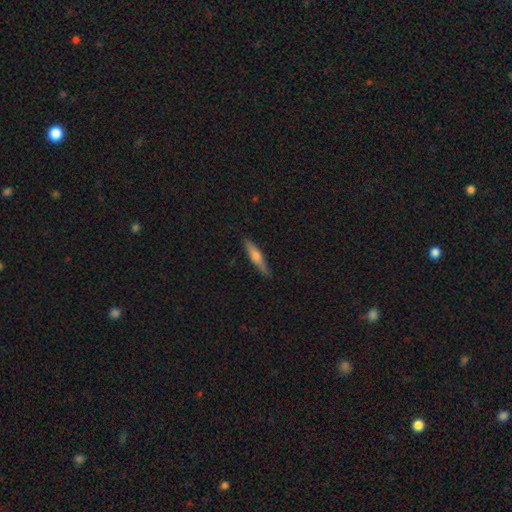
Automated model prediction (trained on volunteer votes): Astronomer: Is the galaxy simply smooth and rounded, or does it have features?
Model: smooth — 48% (runner-up: featured or disk, 45%).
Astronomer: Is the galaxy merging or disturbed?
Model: none — 86%.